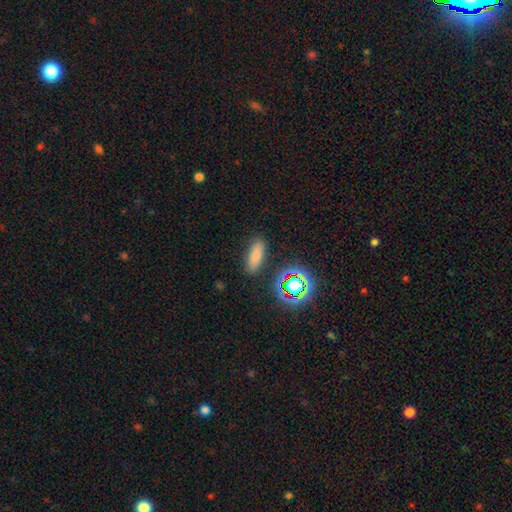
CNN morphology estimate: Smooth or featured? Predicted: smooth (p=0.76). How rounded? Predicted: in between (p=0.59). Merging? Predicted: none (p=0.86).